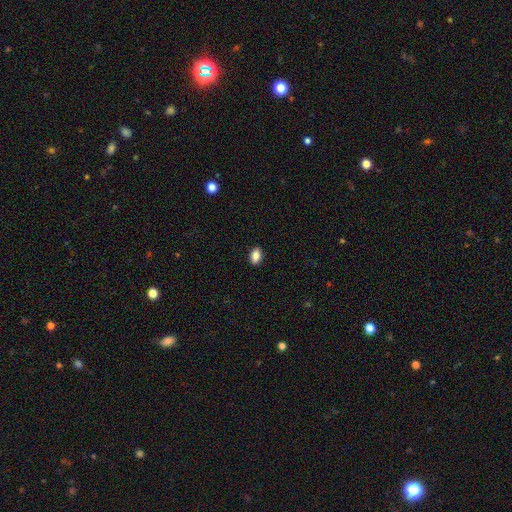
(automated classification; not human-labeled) Smooth or featured: smooth — 87% (star or artifact — 8%)
How rounded: in between — 87% (round — 11%)
Merging: none — 90% (minor disturbance — 7%)